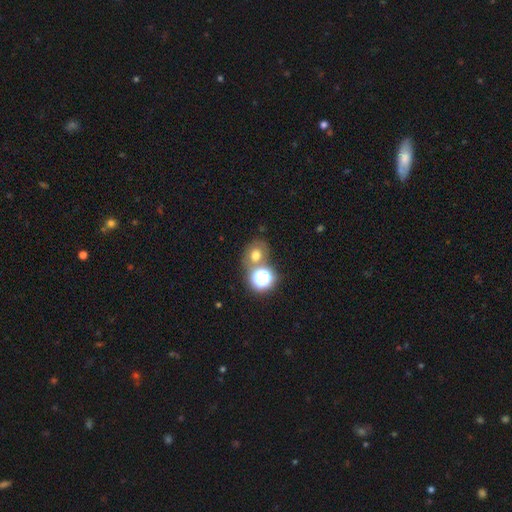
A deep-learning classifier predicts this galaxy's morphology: smooth_or_featured: smooth (p=0.62) [alt: star or artifact p=0.23]
how_rounded: round (p=0.64) [alt: in between p=0.35]
merging: none (p=0.59) [alt: merger p=0.24]